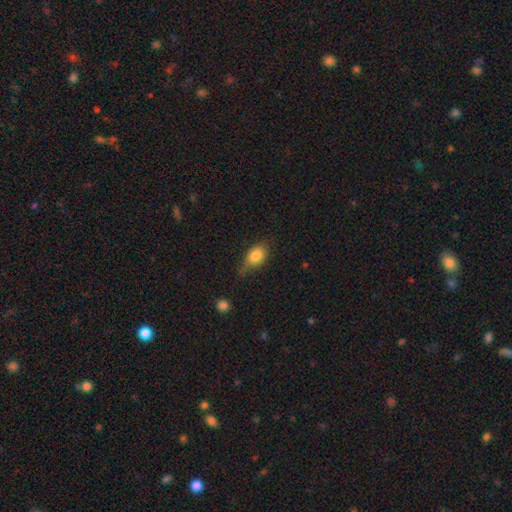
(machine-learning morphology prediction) This is clearly a smooth galaxy (80%). How rounded: likely in between (77%). Merging: possibly none (49%).